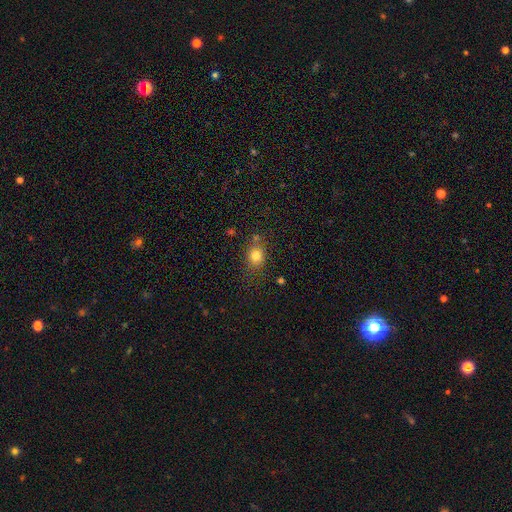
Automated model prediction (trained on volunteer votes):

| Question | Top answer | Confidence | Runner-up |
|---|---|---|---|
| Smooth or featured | smooth | 79% | star or artifact (13%) |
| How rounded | round | 67% | in between (32%) |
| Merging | none | 71% | minor disturbance (17%) |